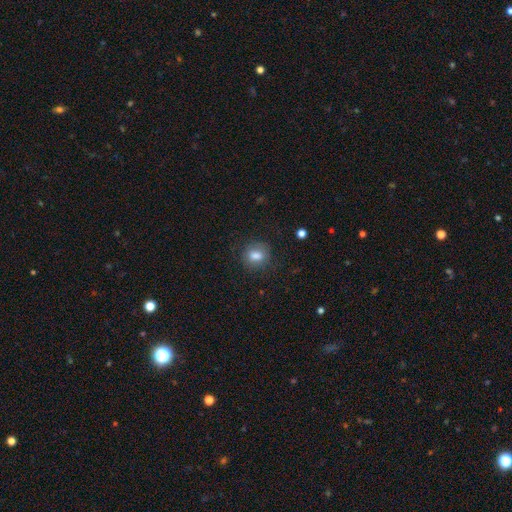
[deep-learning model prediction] A smooth galaxy with no disk features (81%) that is round (60%). Merging: none (78%).